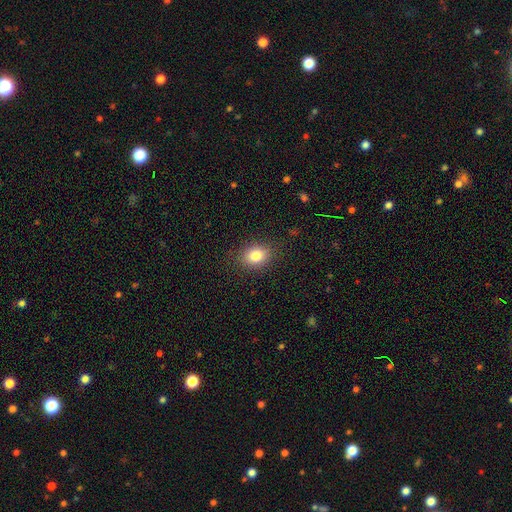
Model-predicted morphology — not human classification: Smooth or featured?
  - smooth: 83% *
  - star or artifact: 10%
  - featured or disk: 8%
How rounded?
  - in between: 64% *
  - round: 35%
  - cigar-shaped: 1%
Merging?
  - none: 86% *
  - minor disturbance: 10%
  - major disturbance: 3%
  - merger: 1%